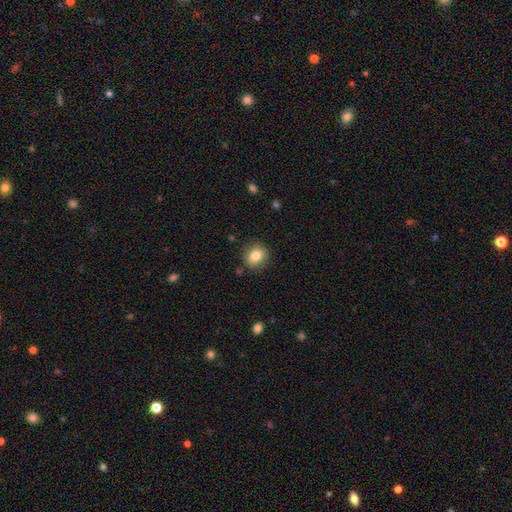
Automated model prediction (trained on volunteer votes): This is clearly a smooth galaxy (81%). How rounded: likely round (76%). Merging: clearly none (86%).